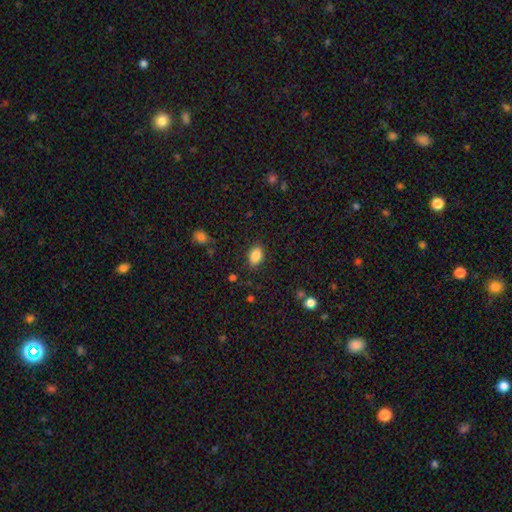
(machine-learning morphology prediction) Smooth or featured: smooth — 86% (star or artifact — 9%)
How rounded: in between — 84% (round — 14%)
Merging: none — 85% (minor disturbance — 11%)